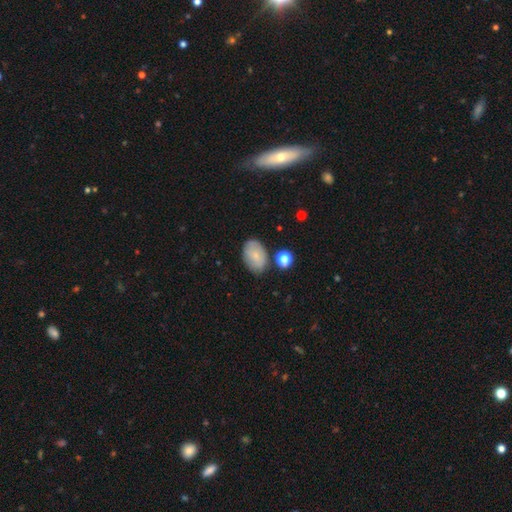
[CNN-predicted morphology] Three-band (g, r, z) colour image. It shows a smooth galaxy with no disk features (76%) that is in between round and cigar-shaped (88%). Merging: none (73%).